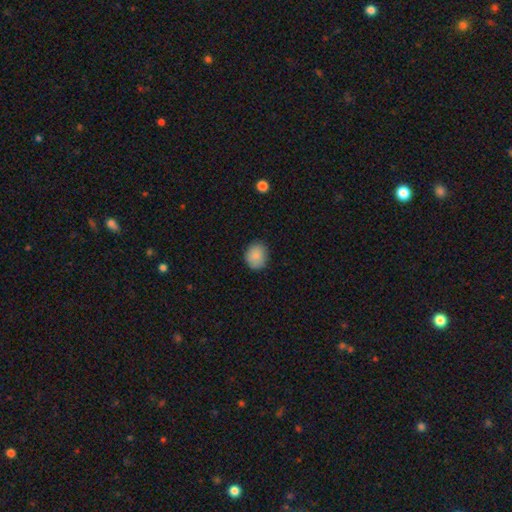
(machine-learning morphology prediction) This is clearly a smooth galaxy (87%). How rounded: likely round (64%). Merging: clearly none (85%).